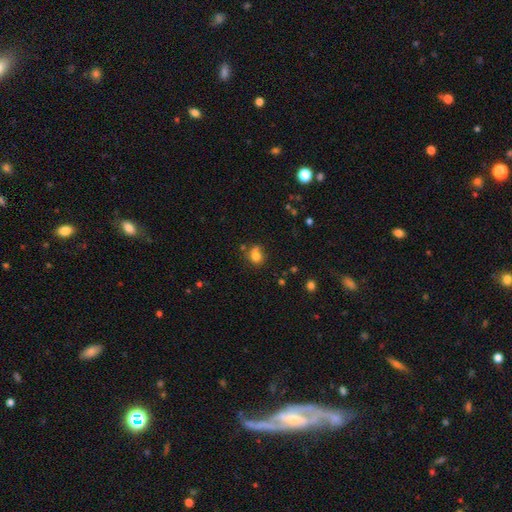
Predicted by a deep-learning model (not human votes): Q: Smooth or featured?
A: smooth (75%); runner-up: star or artifact (12%)
Q: How rounded?
A: round (65%); runner-up: in between (34%)
Q: Merging?
A: none (50%); runner-up: minor disturbance (25%)